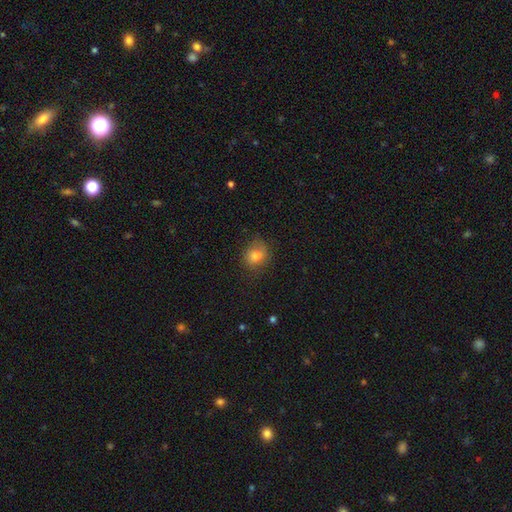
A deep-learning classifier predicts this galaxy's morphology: smooth 79%, star or artifact 11%, featured or disk 10%. Down the decision tree: how rounded — round (61%); merging — none (69%).